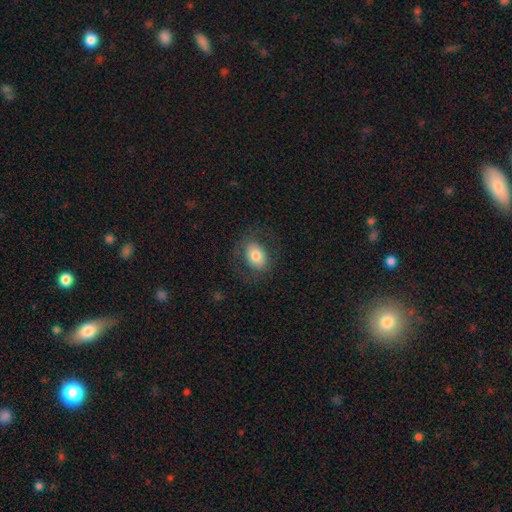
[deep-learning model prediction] smooth-or-featured: smooth: 72% | featured or disk: 20% | star or artifact: 8%
  how-rounded: in between: 67% | round: 32% | cigar-shaped: 1%
  merging: none: 75% | minor disturbance: 14% | major disturbance: 10% | merger: 1%